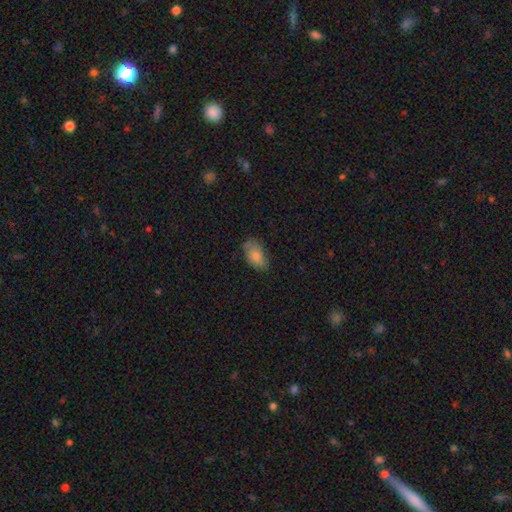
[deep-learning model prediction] smooth-or-featured: smooth: 76% | featured or disk: 17% | star or artifact: 8%
  how-rounded: in between: 92% | round: 5% | cigar-shaped: 3%
  merging: none: 72% | minor disturbance: 22% | major disturbance: 4% | merger: 1%